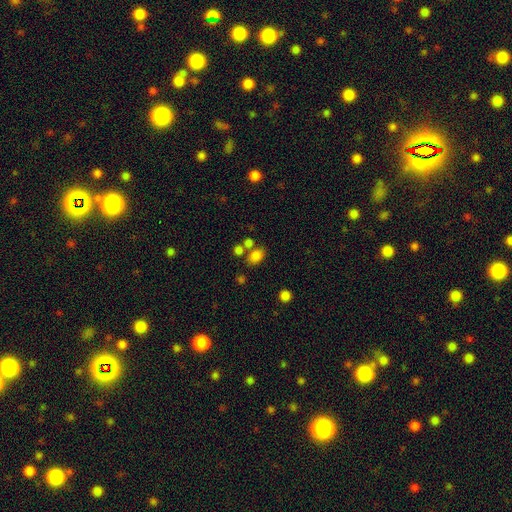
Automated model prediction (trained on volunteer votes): A smooth galaxy with no disk features (79%) that is in between round and cigar-shaped (74%). Merging: none (58%).